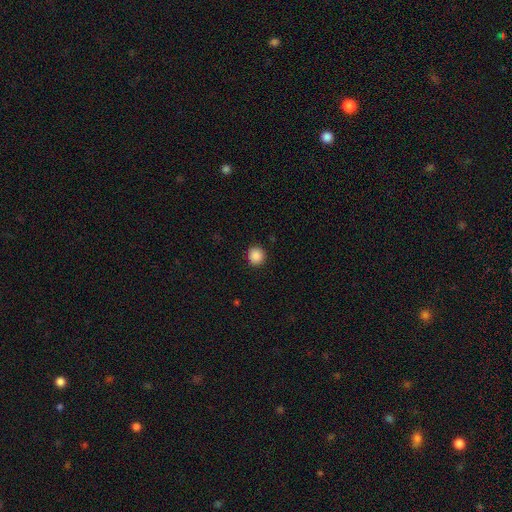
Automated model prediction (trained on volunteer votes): Morphology: type=smooth (88%); roundness=round (90%); merging=none (91%).